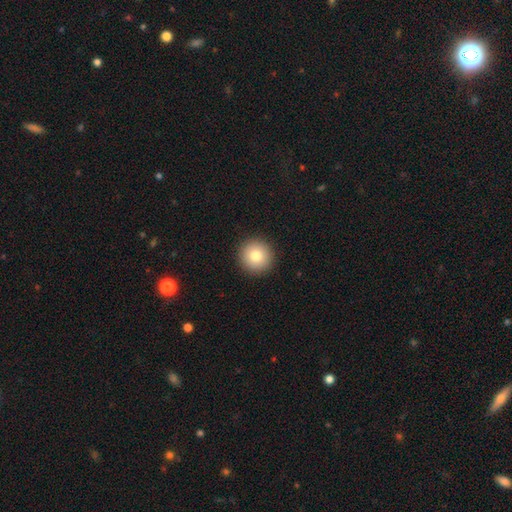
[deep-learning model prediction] Smooth or featured? Predicted: smooth (p=0.80). How rounded? Predicted: round (p=0.96). Merging? Predicted: none (p=0.93).